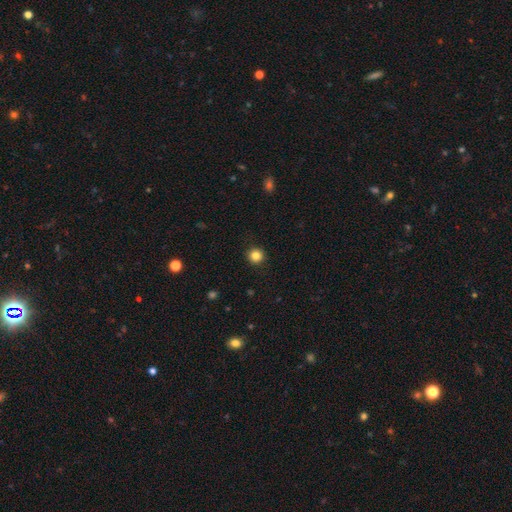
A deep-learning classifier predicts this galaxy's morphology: This appears to be a smooth galaxy with no disk features (84%) that is round (94%). Merging: none (92%).